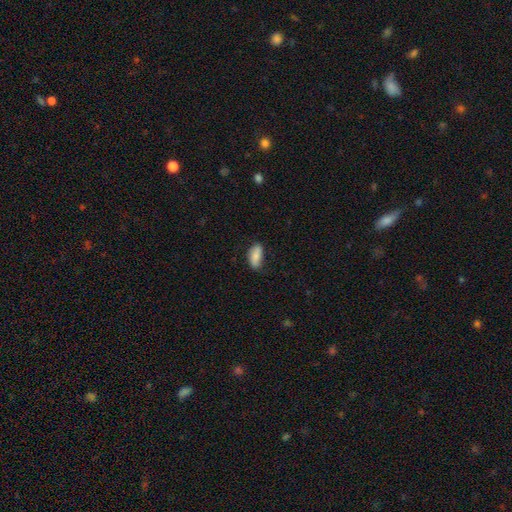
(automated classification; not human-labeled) A smooth galaxy with no disk features (81%) that is in between round and cigar-shaped (87%). Merging: none (76%).